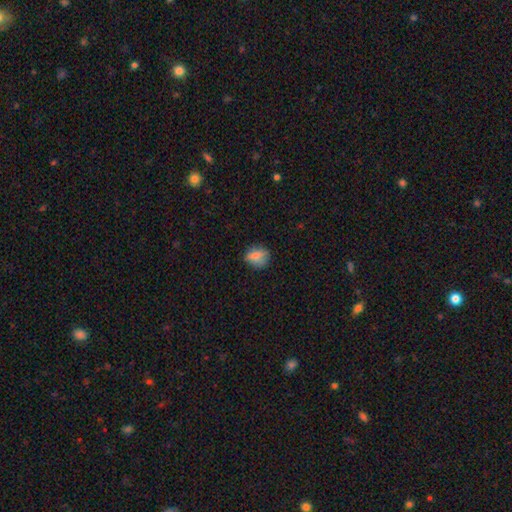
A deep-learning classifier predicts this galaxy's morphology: smooth-or-featured: smooth: 72% | featured or disk: 15% | star or artifact: 13%
  how-rounded: round: 59% | in between: 38% | cigar-shaped: 3%
  merging: none: 77% | minor disturbance: 17% | major disturbance: 4% | merger: 1%